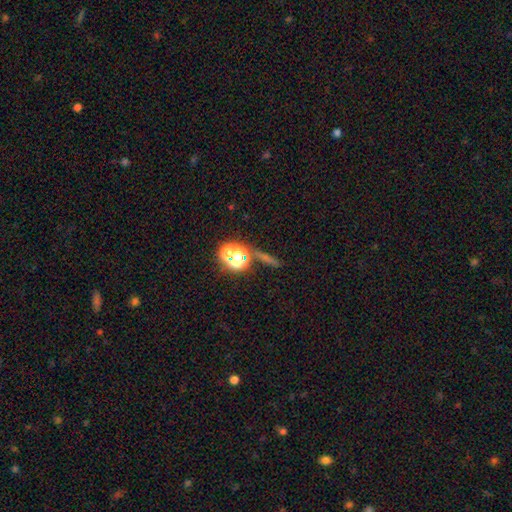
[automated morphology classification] Smooth or featured: star or artifact — 61% (smooth — 25%)